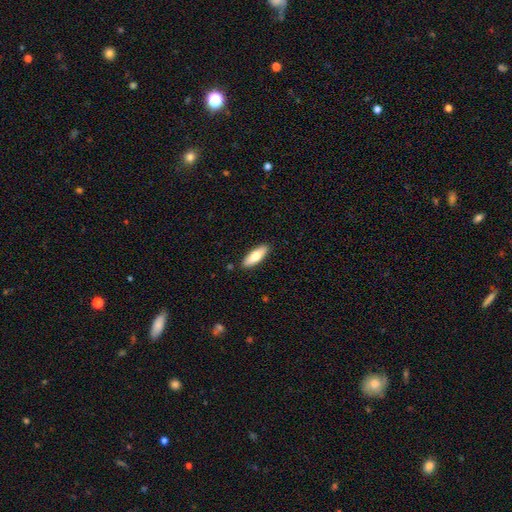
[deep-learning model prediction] smooth_or_featured: smooth (p=0.72) [alt: featured or disk p=0.23]
how_rounded: in between (p=0.59) [alt: cigar-shaped p=0.39]
merging: none (p=0.89) [alt: minor disturbance p=0.08]